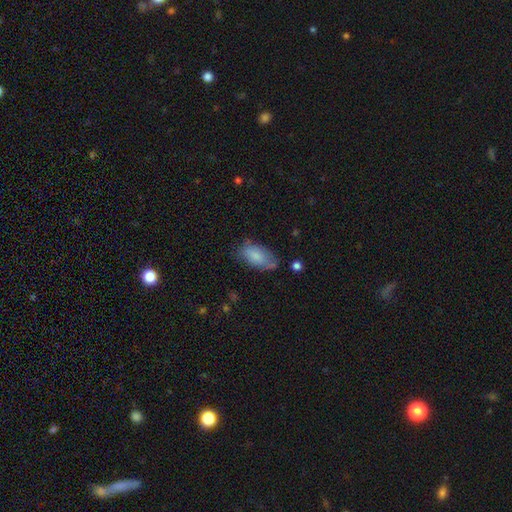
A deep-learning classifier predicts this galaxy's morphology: A smooth galaxy with no disk features (80%) that is in between round and cigar-shaped (92%).

Vote fractions:
- Smooth or featured? smooth: 80% / featured or disk: 13% / star or artifact: 7%
- How rounded? in between: 92% / cigar-shaped: 5% / round: 3%
- Merging? none: 59% / minor disturbance: 30% / major disturbance: 9% / merger: 3%